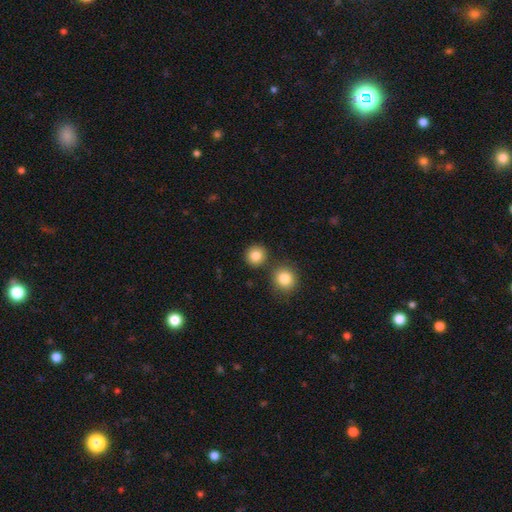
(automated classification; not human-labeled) Smooth or featured? smooth (84%)
How rounded? round (92%)
Merging? none (83%)